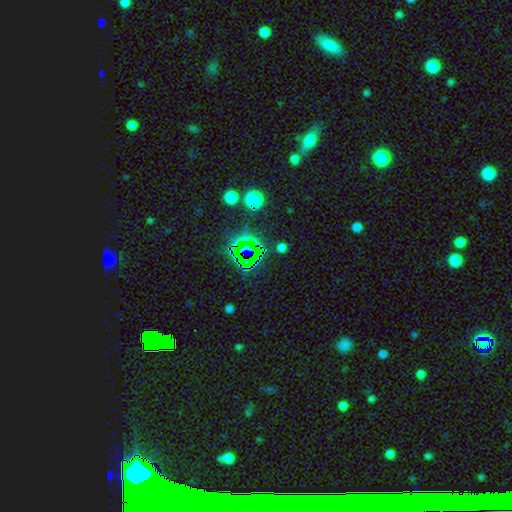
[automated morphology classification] Smooth or featured?
  - star or artifact: 72% *
  - smooth: 18%
  - featured or disk: 10%